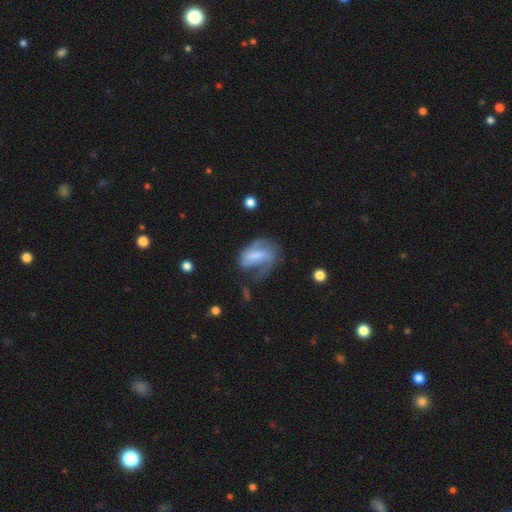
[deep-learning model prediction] Smooth or featured?
  - featured or disk: 53% *
  - smooth: 39%
  - star or artifact: 8%
Edge-on disk?
  - no: 95% *
  - yes: 5%
Bar?
  - weak: 39% *
  - no: 31%
  - strong: 30%
Spiral arms?
  - yes: 69% *
  - no: 31%
Bulge size?
  - none: 35% *
  - moderate: 25%
  - small: 24%
  - large: 14%
  - dominant: 3%
Merging?
  - major disturbance: 37% *
  - none: 33%
  - minor disturbance: 26%
  - merger: 4%